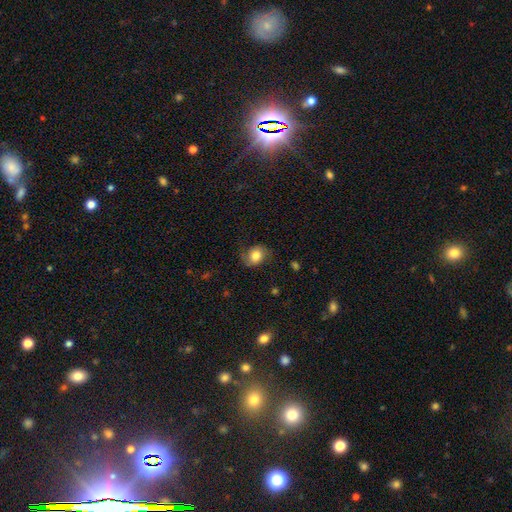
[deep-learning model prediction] Smooth or featured? smooth (63%)
How rounded? round (54%)
Merging? none (66%)